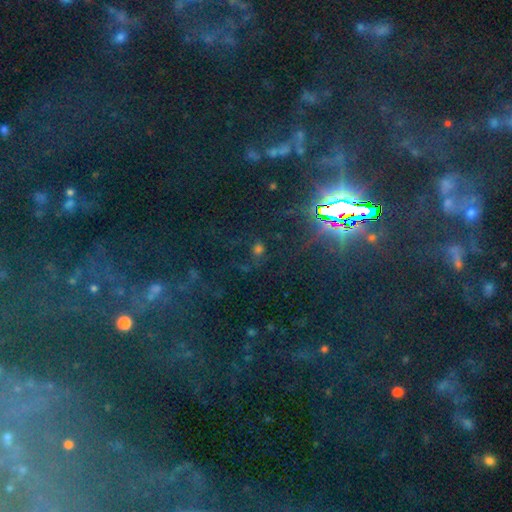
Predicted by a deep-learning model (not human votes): A star or artifact, not a galaxy (80%).

Vote fractions:
- Smooth or featured? star or artifact: 80% / smooth: 10% / featured or disk: 9%